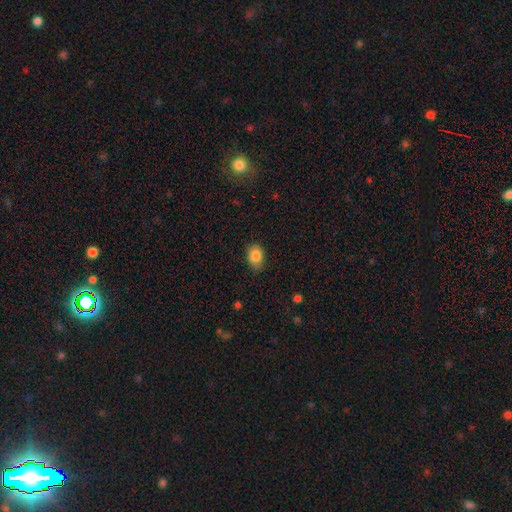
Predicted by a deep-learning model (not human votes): Smooth or featured?
  - smooth: 85% *
  - star or artifact: 8%
  - featured or disk: 7%
How rounded?
  - in between: 71% *
  - round: 28%
  - cigar-shaped: 1%
Merging?
  - none: 78% *
  - minor disturbance: 17%
  - major disturbance: 3%
  - merger: 1%